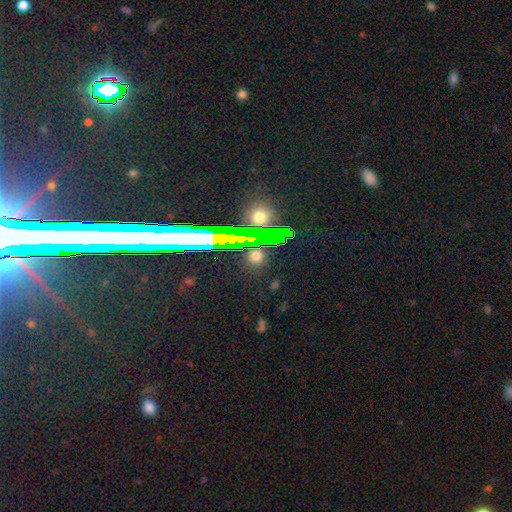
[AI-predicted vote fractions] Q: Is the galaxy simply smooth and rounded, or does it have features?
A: smooth — 48%.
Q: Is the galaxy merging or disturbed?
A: none — 83%.